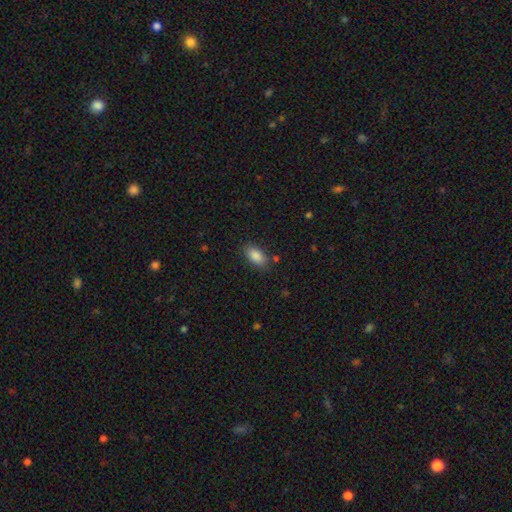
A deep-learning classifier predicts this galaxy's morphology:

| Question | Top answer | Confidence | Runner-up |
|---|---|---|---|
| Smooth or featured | smooth | 87% | star or artifact (8%) |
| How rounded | in between | 92% | cigar-shaped (4%) |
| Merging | none | 83% | minor disturbance (12%) |